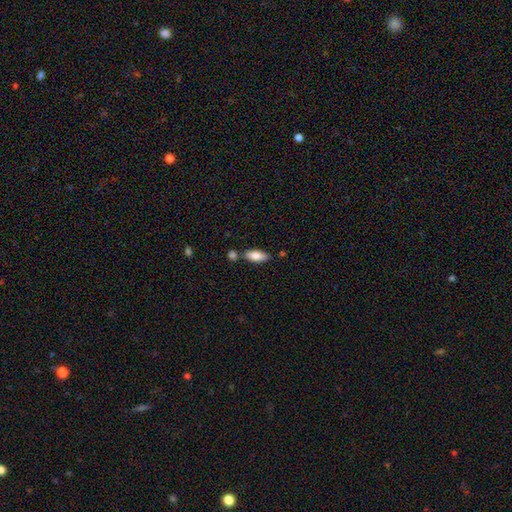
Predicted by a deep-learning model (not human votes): Morphology: type=smooth (79%); roundness=in between (81%); merging=none (73%).